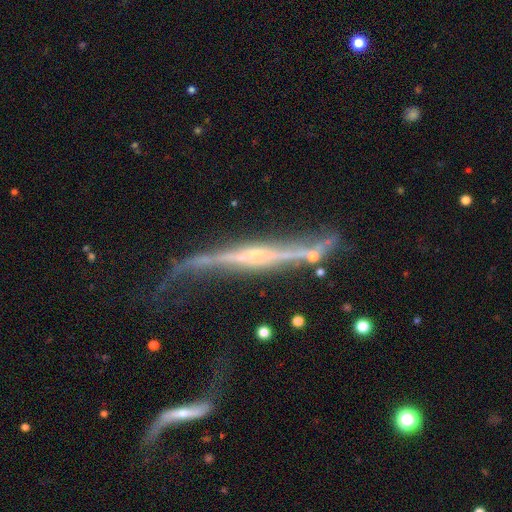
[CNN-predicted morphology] Smooth or featured? Predicted: featured or disk (p=0.82). Edge-on disk? Predicted: yes (p=0.87). Edge-on bulge? Predicted: rounded (p=0.49). Merging? Predicted: none (p=0.39).